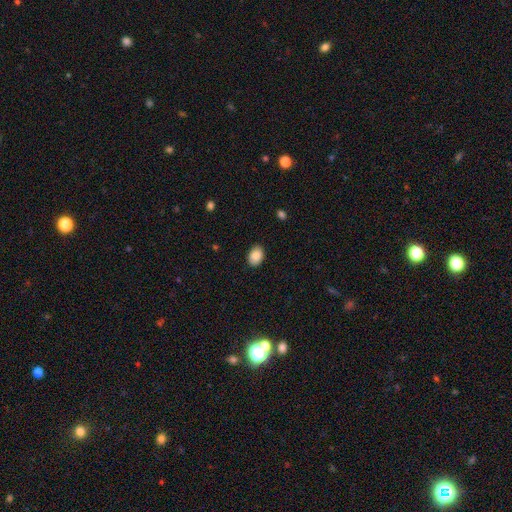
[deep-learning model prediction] Smooth or featured? smooth (88%)
How rounded? in between (82%)
Merging? none (87%)